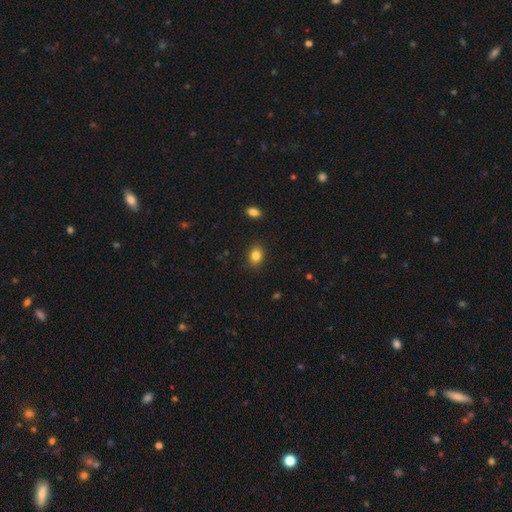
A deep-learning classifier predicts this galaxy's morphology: This is clearly a smooth galaxy (84%). How rounded: possibly in between (57%). Merging: clearly none (88%).